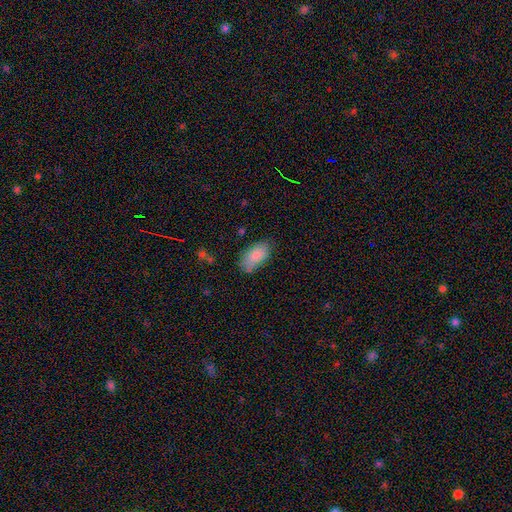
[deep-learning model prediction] smooth-or-featured: smooth: 84% | featured or disk: 9% | star or artifact: 7%
  how-rounded: in between: 93% | cigar-shaped: 4% | round: 3%
  merging: none: 71% | minor disturbance: 22% | major disturbance: 5% | merger: 3%